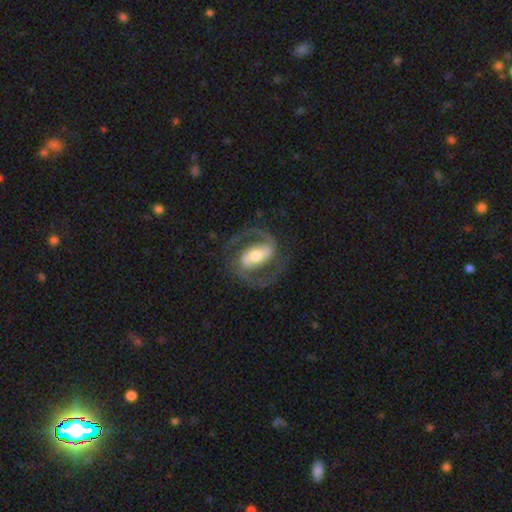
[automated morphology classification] Q: Smooth or featured?
A: featured or disk (89%); runner-up: smooth (7%)
Q: Edge-on disk?
A: no (97%); runner-up: yes (3%)
Q: Bar?
A: strong (54%); runner-up: weak (30%)
Q: Spiral arms?
A: yes (96%); runner-up: no (4%)
Q: Spiral winding?
A: medium (60%); runner-up: tight (23%)
Q: Spiral arm count?
A: 2 (92%); runner-up: 1 (2%)
Q: Bulge size?
A: moderate (60%); runner-up: small (25%)
Q: Merging?
A: none (79%); runner-up: minor disturbance (11%)